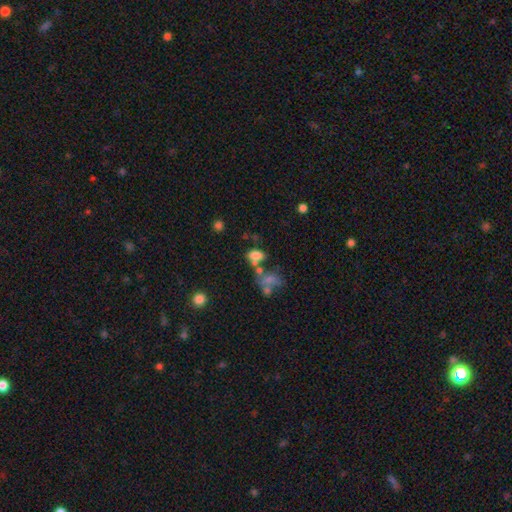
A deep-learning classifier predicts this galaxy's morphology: Smooth or featured?
  - smooth: 73% *
  - star or artifact: 14%
  - featured or disk: 13%
How rounded?
  - in between: 84% *
  - round: 12%
  - cigar-shaped: 3%
Merging?
  - none: 43% *
  - merger: 33%
  - minor disturbance: 15%
  - major disturbance: 9%